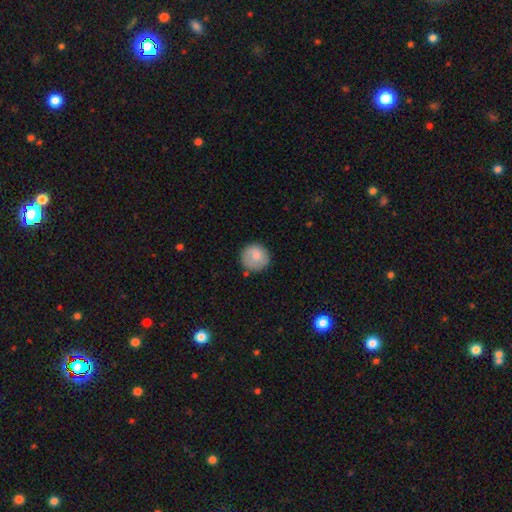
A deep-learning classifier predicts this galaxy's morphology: This is clearly a smooth galaxy (80%). How rounded: clearly round (91%). Merging: likely none (76%).